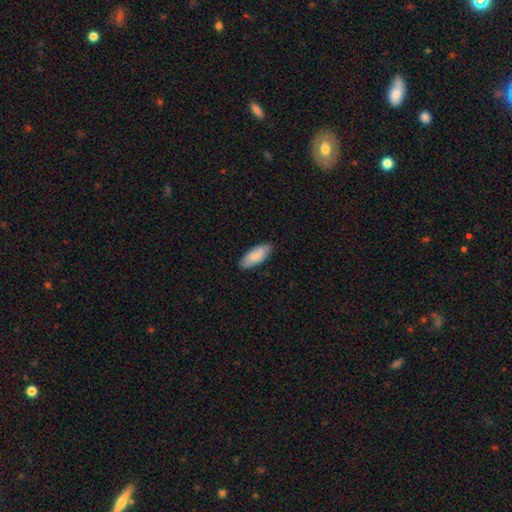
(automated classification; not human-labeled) Overall: smooth (83%). How rounded: in between (83%). Merging: none (82%).